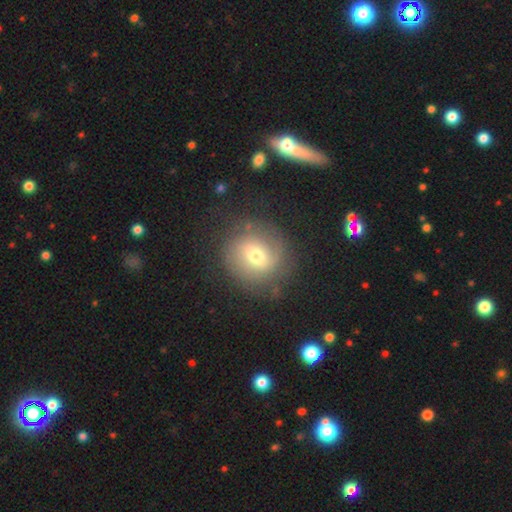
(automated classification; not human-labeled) This is possibly a smooth galaxy (46%). Merging: likely none (76%).